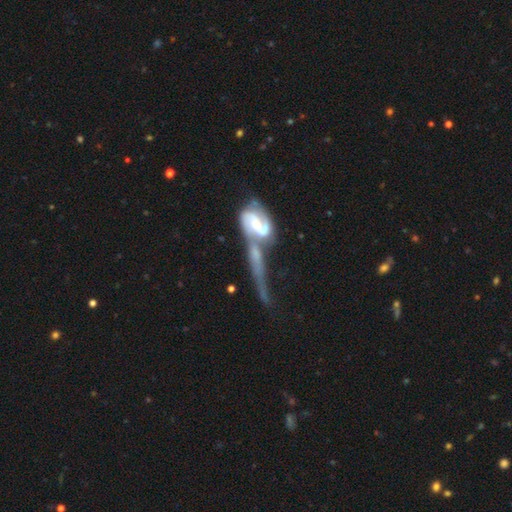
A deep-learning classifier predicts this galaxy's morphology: Overall: featured or disk (78%). Edge-on disk: no (85%). Bar: weak (39%; no 38%). Spiral arms: yes (87%). Spiral arm count: 2 (78%). Spiral winding: medium (38%; loose 37%). Bulge size: small (41%; moderate 37%). Merging: merger (63%).